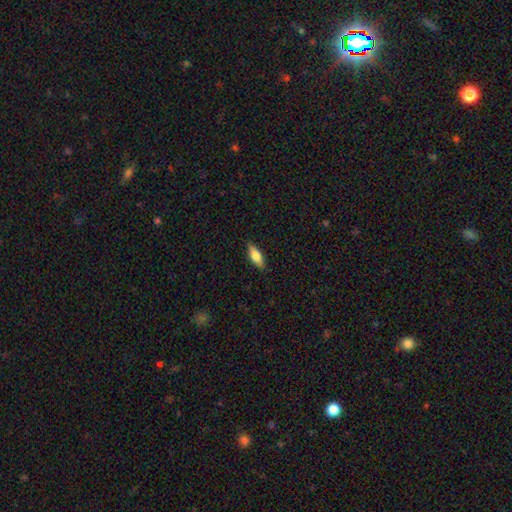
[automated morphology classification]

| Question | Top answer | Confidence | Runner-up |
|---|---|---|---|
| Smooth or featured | smooth | 69% | featured or disk (25%) |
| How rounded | in between | 61% | cigar-shaped (37%) |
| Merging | none | 88% | minor disturbance (9%) |